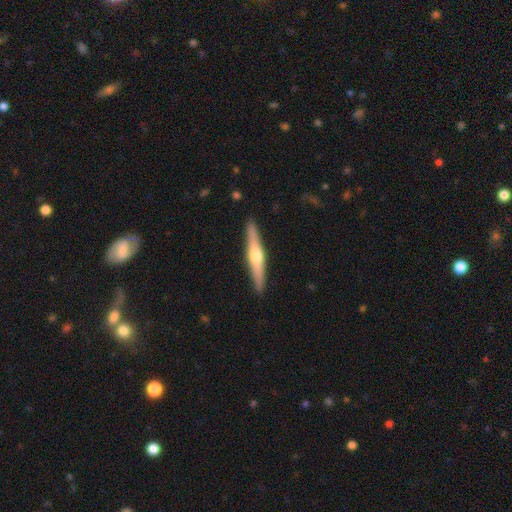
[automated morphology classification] type=featured or disk (66%); edge-on=yes (97%); edge-on bulge=rounded (89%); merging=none (91%).